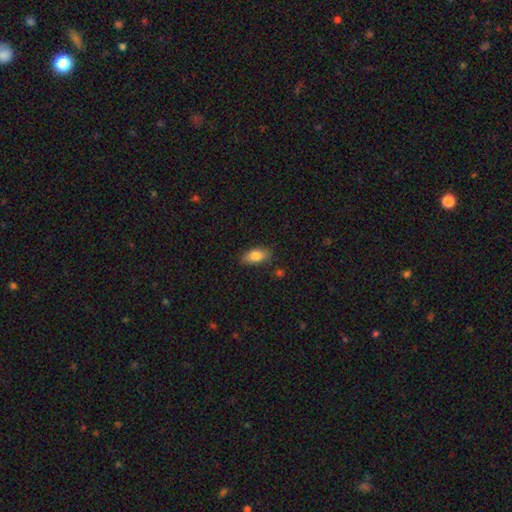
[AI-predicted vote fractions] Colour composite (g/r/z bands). It shows a smooth galaxy with no disk features (82%) that is in between round and cigar-shaped (89%). Merging: none (83%).